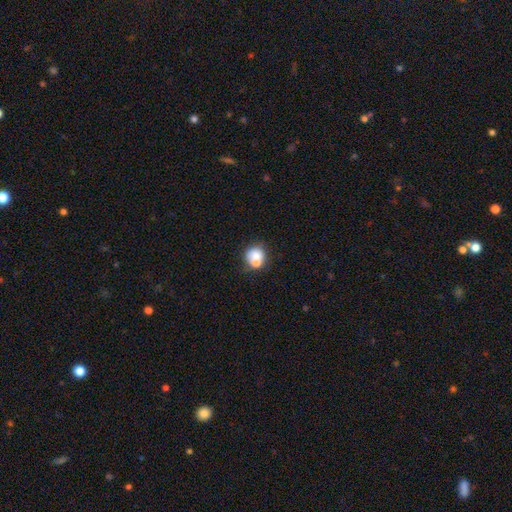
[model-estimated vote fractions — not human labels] Morphology: type=smooth (71%); roundness=round (79%); merging=merger (44%).